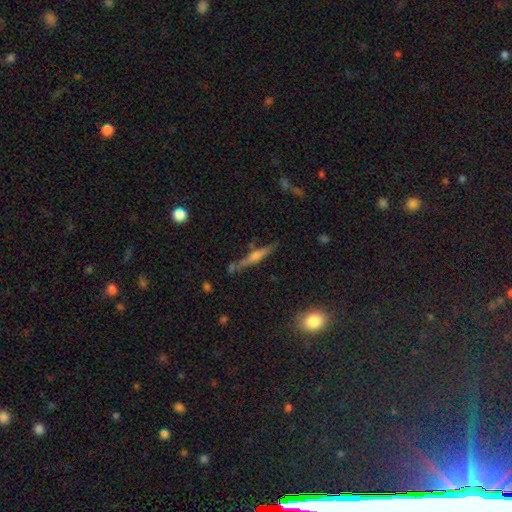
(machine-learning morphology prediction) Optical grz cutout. It shows a featured or disk galaxy (66%) viewed edge-on (96%) with a rounded central bulge (72%). Merging: none (79%).